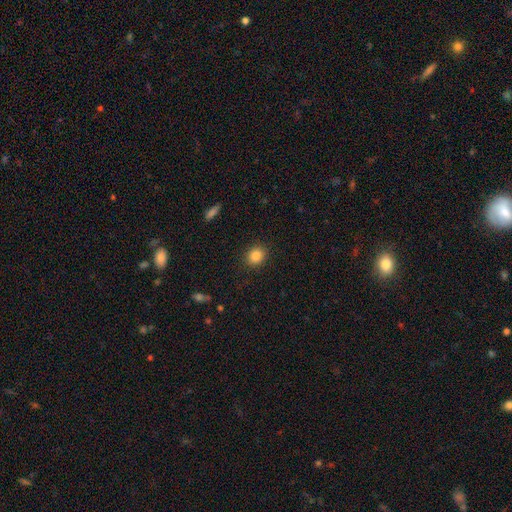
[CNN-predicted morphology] Q: Smooth or featured?
A: smooth (86%); runner-up: star or artifact (10%)
Q: How rounded?
A: round (69%); runner-up: in between (30%)
Q: Merging?
A: none (89%); runner-up: minor disturbance (7%)